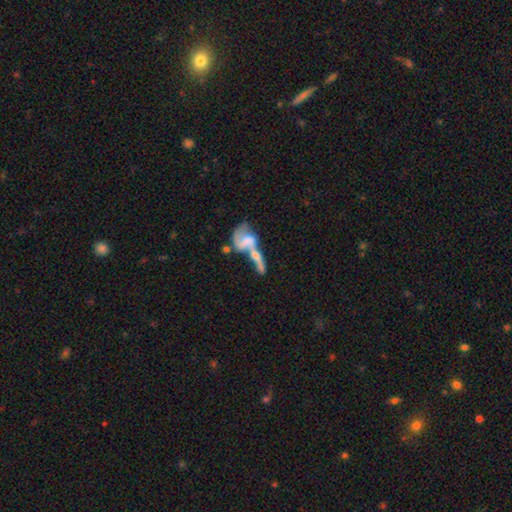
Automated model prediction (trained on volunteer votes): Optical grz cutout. It shows a featured or disk galaxy (59%). Merging: merger (68%).